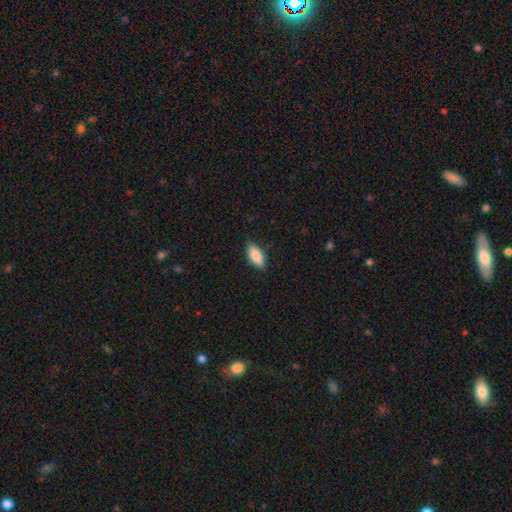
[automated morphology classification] The model was most divided on "how rounded": in between: 80%, cigar-shaped: 17%, round: 2%. More confident: merging — none (83%); smooth or featured — smooth (81%).